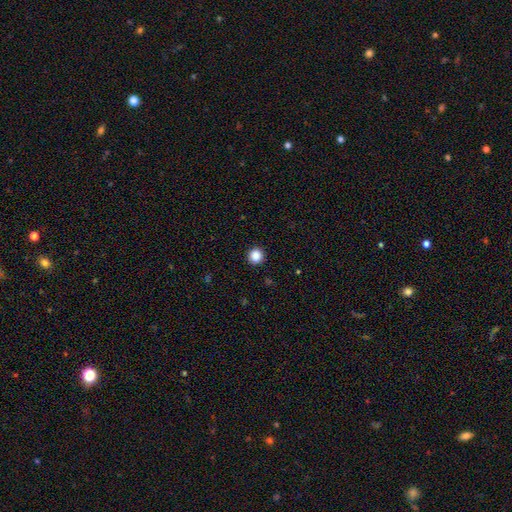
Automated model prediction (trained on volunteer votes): Smooth or featured: smooth — 87% (star or artifact — 10%)
How rounded: round — 94% (in between — 5%)
Merging: none — 93% (minor disturbance — 5%)